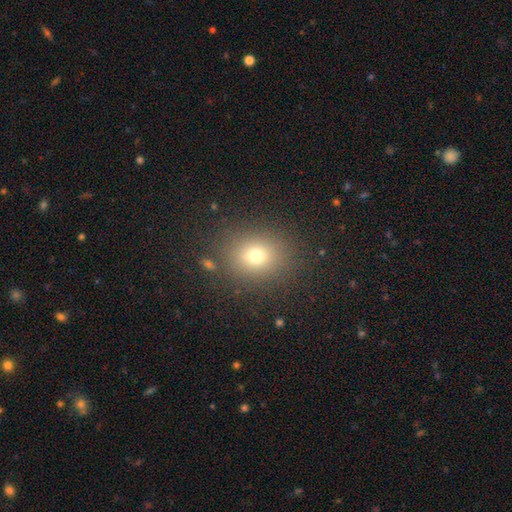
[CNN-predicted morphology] A smooth galaxy with no disk features (73%) that is round (62%). Merging: none (85%).